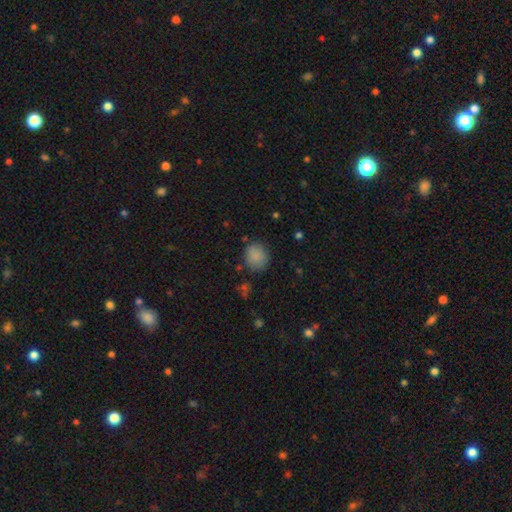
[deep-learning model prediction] Q: Smooth or featured?
A: smooth (85%); runner-up: star or artifact (10%)
Q: How rounded?
A: round (75%); runner-up: in between (25%)
Q: Merging?
A: none (80%); runner-up: minor disturbance (14%)